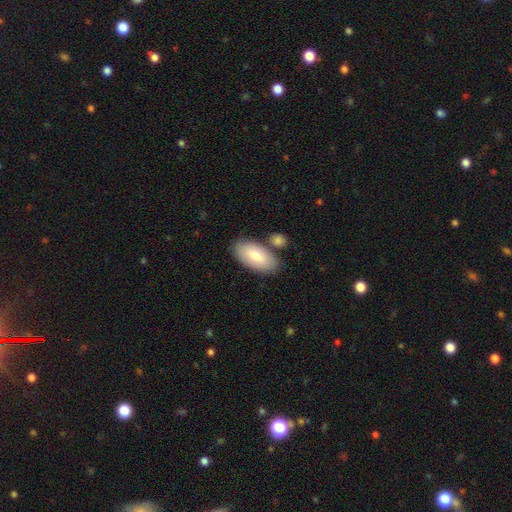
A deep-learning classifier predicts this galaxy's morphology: A smooth galaxy with no disk features (77%) that is in between round and cigar-shaped (94%). Merging: none (75%).